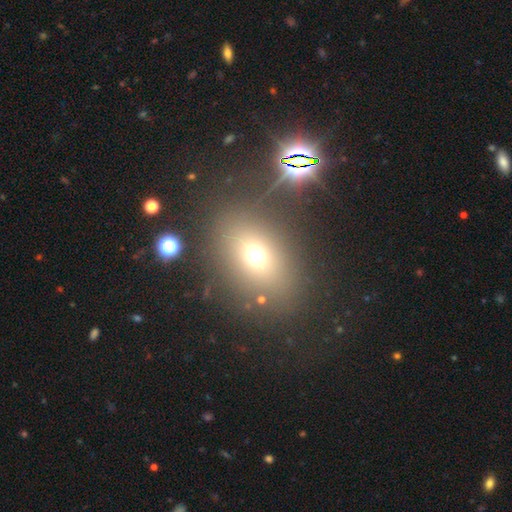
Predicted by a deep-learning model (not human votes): Smooth or featured?
  - smooth: 63% *
  - star or artifact: 24%
  - featured or disk: 14%
How rounded?
  - in between: 61% *
  - round: 37%
  - cigar-shaped: 2%
Merging?
  - none: 80% *
  - minor disturbance: 10%
  - major disturbance: 6%
  - merger: 4%